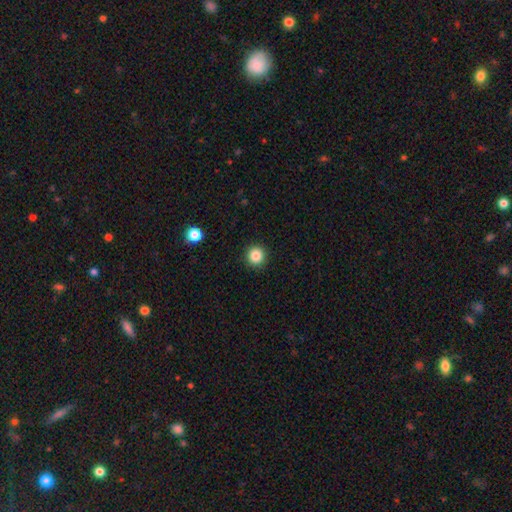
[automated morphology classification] Overall: smooth (85%). How rounded: round (95%). Merging: none (93%).